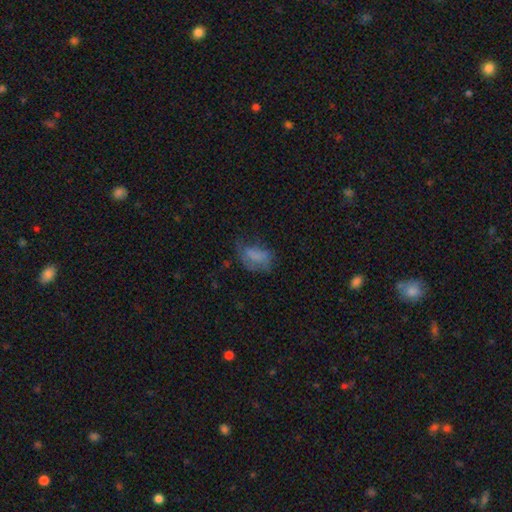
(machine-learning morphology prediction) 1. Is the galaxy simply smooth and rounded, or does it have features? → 61% smooth, 25% featured or disk, 14% star or artifact.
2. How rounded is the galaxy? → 85% in between, 11% round, 3% cigar-shaped.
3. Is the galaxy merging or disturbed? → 35% major disturbance, 34% none, 29% minor disturbance, 3% merger.